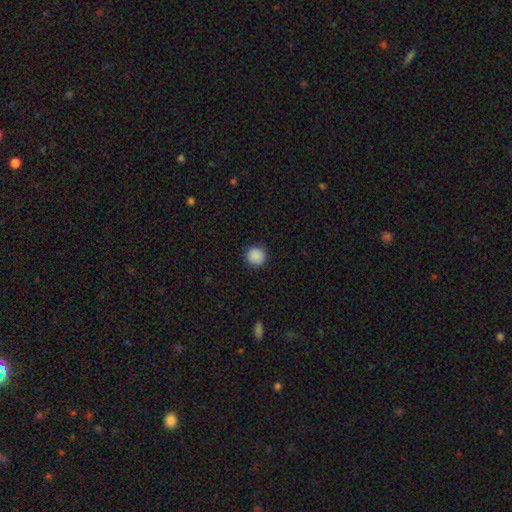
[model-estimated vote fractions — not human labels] The model was most divided on "smooth or featured": smooth: 89%, star or artifact: 9%, featured or disk: 2%. More confident: how rounded — round (94%); merging — none (91%).